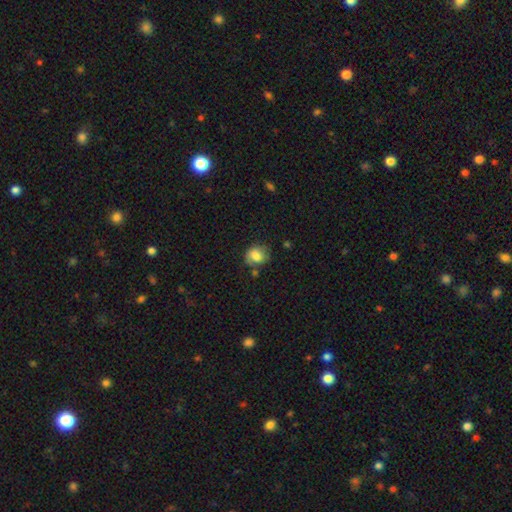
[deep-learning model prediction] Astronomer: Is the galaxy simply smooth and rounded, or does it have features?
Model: smooth — 76%.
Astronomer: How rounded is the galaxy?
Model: round — 57% (runner-up: in between, 42%).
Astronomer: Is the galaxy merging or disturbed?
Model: none — 60%.